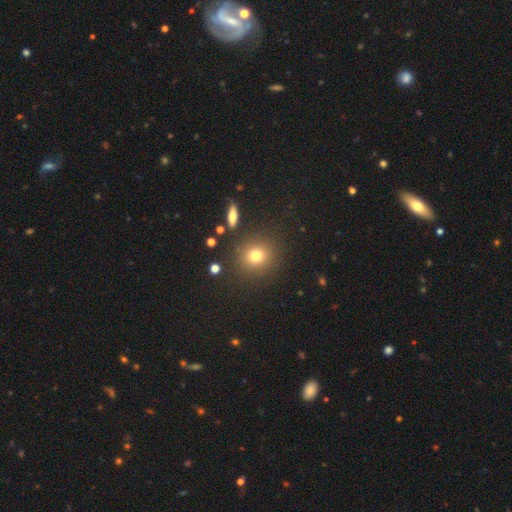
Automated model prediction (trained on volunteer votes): Morphology: type=smooth (76%); roundness=round (87%); merging=none (86%).